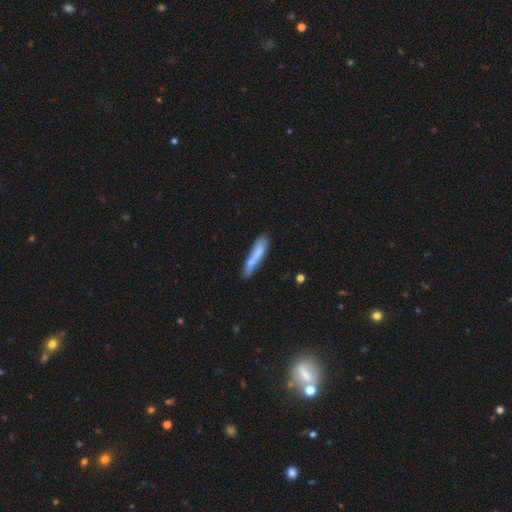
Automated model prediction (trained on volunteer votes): Smooth or featured? Predicted: smooth (p=0.67). How rounded? Predicted: cigar-shaped (p=0.88). Merging? Predicted: none (p=0.61).